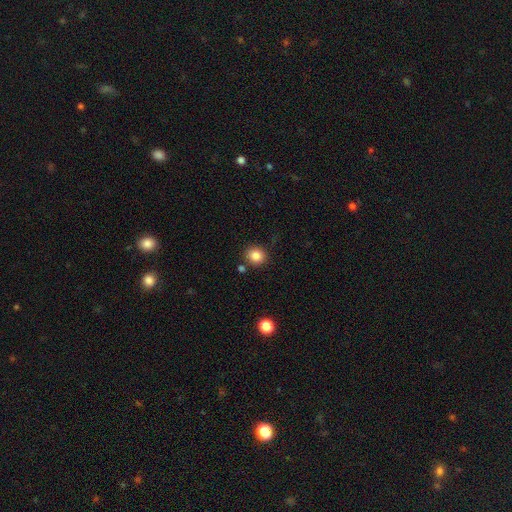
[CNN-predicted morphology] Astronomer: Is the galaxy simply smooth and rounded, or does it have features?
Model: smooth — 85%.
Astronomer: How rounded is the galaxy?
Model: round — 85%.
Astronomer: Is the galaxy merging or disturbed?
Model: none — 83%.